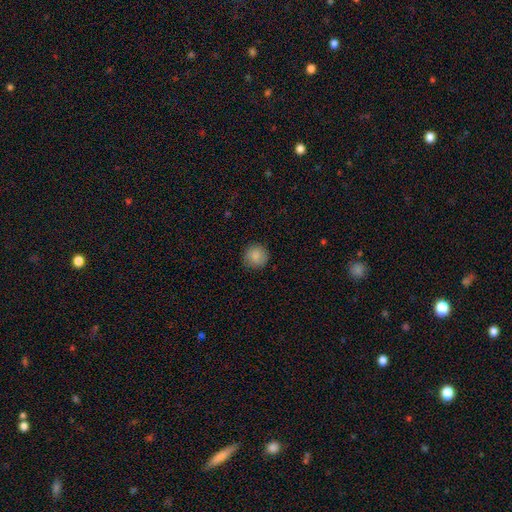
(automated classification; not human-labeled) A smooth galaxy with no disk features (85%) that is round (91%). Merging: none (85%).